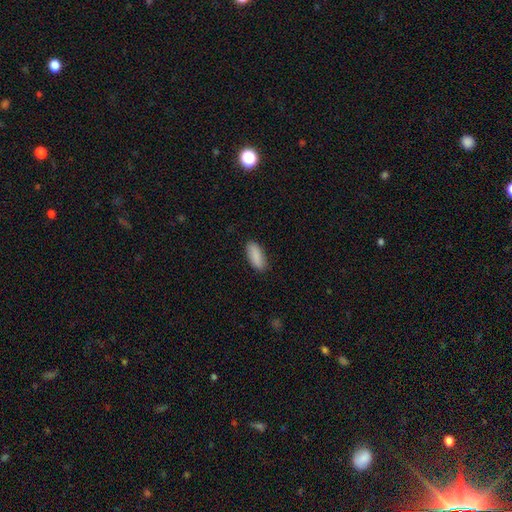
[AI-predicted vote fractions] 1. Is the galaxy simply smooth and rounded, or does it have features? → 89% smooth, 6% star or artifact, 5% featured or disk.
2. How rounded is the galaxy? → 76% in between, 22% cigar-shaped, 2% round.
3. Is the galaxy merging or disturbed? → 87% none, 10% minor disturbance, 2% major disturbance, 1% merger.